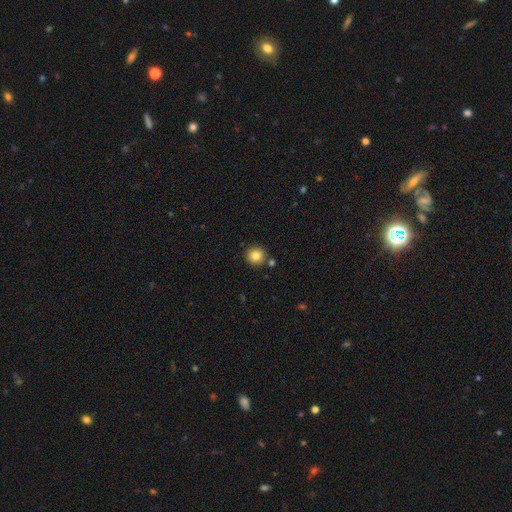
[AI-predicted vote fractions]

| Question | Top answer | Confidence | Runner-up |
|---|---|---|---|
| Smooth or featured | smooth | 83% | star or artifact (11%) |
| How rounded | round | 93% | in between (6%) |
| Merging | none | 85% | minor disturbance (7%) |